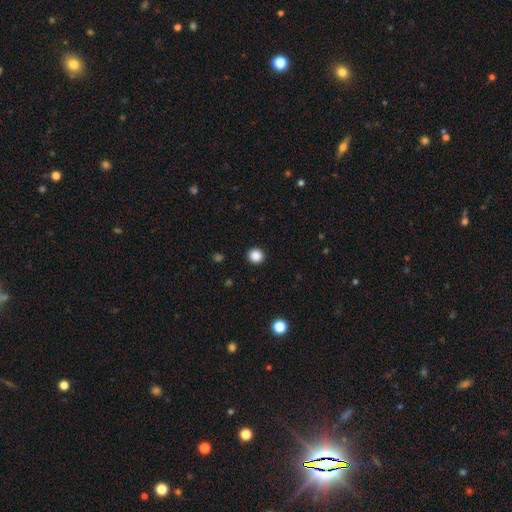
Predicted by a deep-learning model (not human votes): smooth_or_featured: smooth (p=0.87) [alt: star or artifact p=0.11]
how_rounded: round (p=0.93) [alt: in between p=0.06]
merging: none (p=0.93) [alt: minor disturbance p=0.05]